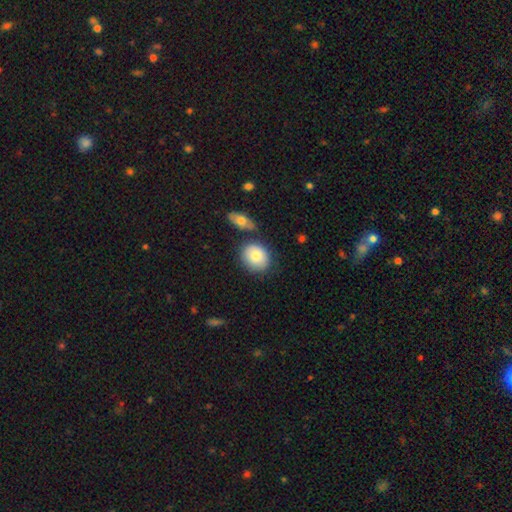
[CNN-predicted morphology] type=smooth (81%); roundness=round (64%); merging=none (69%).